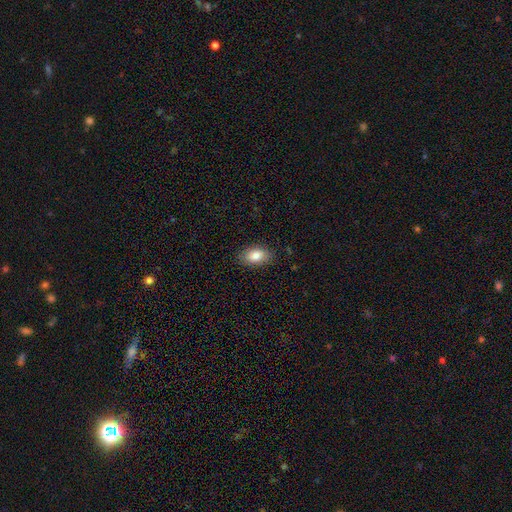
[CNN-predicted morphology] smooth 83%, featured or disk 10%, star or artifact 7%. Down the decision tree: how rounded — in between (90%); merging — none (87%).